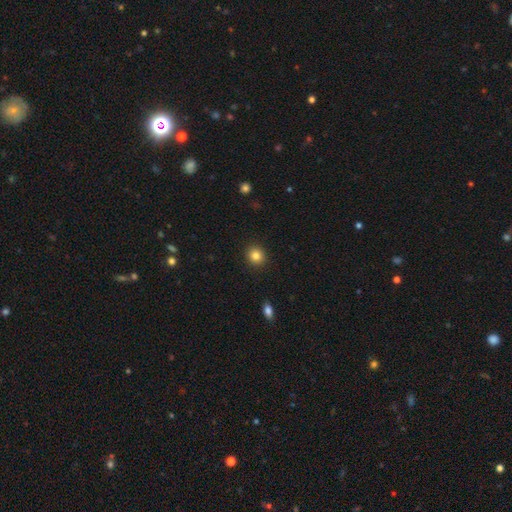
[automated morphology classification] Smooth or featured?
  - smooth: 84% *
  - star or artifact: 11%
  - featured or disk: 5%
How rounded?
  - round: 86% *
  - in between: 13%
  - cigar-shaped: 1%
Merging?
  - none: 92% *
  - minor disturbance: 6%
  - major disturbance: 2%
  - merger: 1%